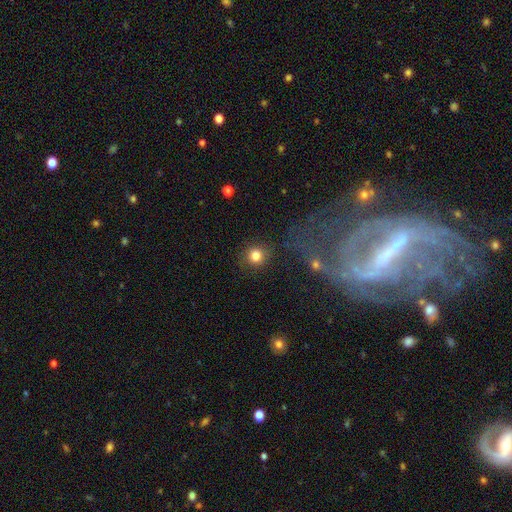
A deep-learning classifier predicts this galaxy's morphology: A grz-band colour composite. It shows a smooth galaxy with no disk features (82%) that is round (92%). Merging: none (86%).